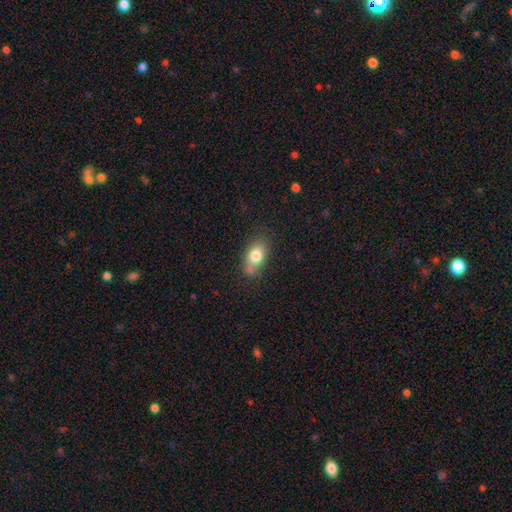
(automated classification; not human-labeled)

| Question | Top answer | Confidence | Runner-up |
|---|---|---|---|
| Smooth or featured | smooth | 78% | featured or disk (14%) |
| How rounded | in between | 83% | round (13%) |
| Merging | none | 63% | minor disturbance (21%) |